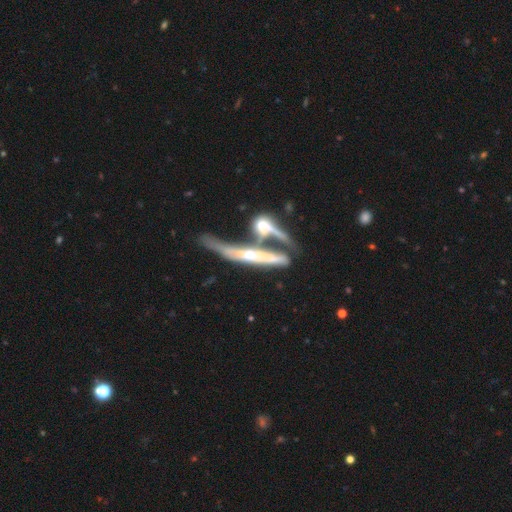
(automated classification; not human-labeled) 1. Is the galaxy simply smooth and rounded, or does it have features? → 70% featured or disk, 23% smooth, 7% star or artifact.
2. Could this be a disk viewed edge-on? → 79% yes, 21% no.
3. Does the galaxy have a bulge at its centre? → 66% rounded, 25% none, 9% boxy.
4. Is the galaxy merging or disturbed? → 49% merger, 28% none, 12% minor disturbance, 11% major disturbance.